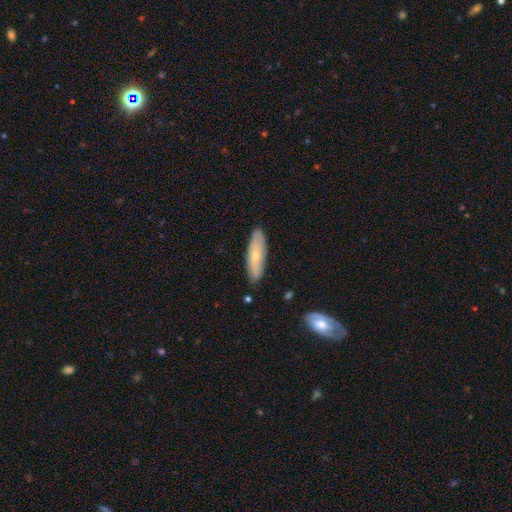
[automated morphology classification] Smooth or featured?
  - smooth: 59% *
  - featured or disk: 35%
  - star or artifact: 6%
How rounded?
  - cigar-shaped: 52% *
  - in between: 46%
  - round: 2%
Merging?
  - none: 84% *
  - minor disturbance: 12%
  - major disturbance: 2%
  - merger: 2%